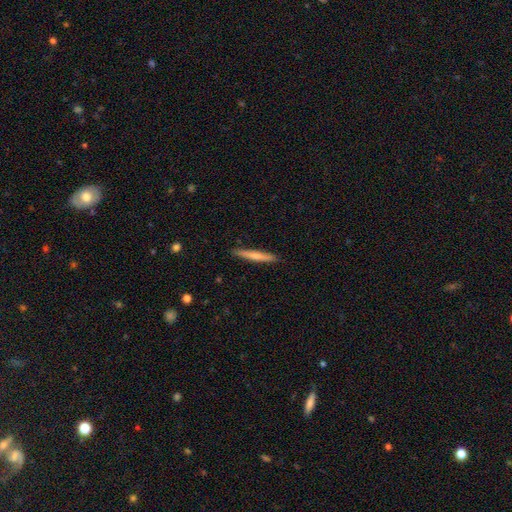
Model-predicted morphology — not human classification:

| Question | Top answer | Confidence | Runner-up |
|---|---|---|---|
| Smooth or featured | smooth | 63% | featured or disk (31%) |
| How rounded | cigar-shaped | 95% | in between (3%) |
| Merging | none | 90% | minor disturbance (7%) |